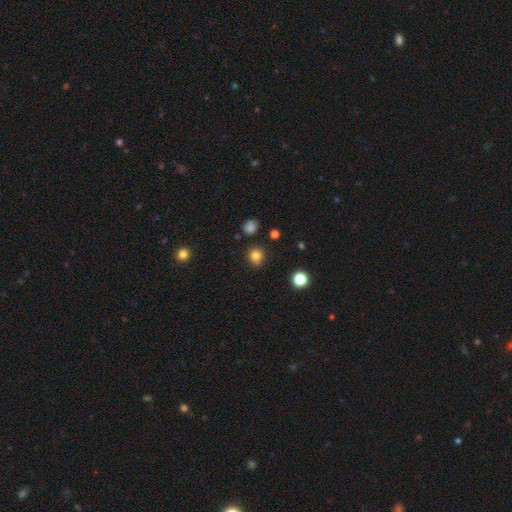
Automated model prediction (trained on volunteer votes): smooth 82%, star or artifact 14%, featured or disk 5%. Down the decision tree: how rounded — round (88%); merging — none (82%).